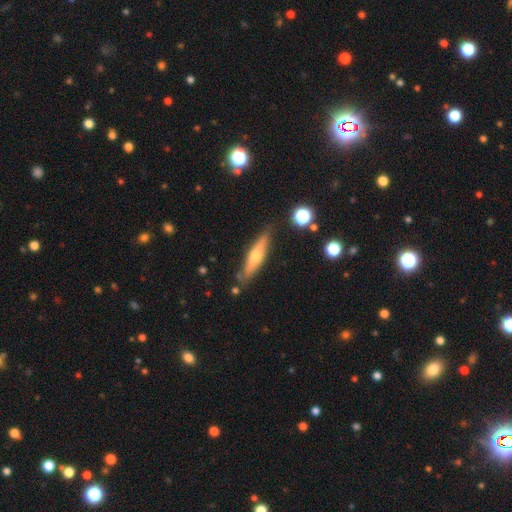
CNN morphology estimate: Smooth or featured?
  - featured or disk: 53% *
  - smooth: 40%
  - star or artifact: 7%
Edge-on disk?
  - yes: 89% *
  - no: 11%
Merging?
  - none: 82% *
  - minor disturbance: 12%
  - merger: 3%
  - major disturbance: 3%